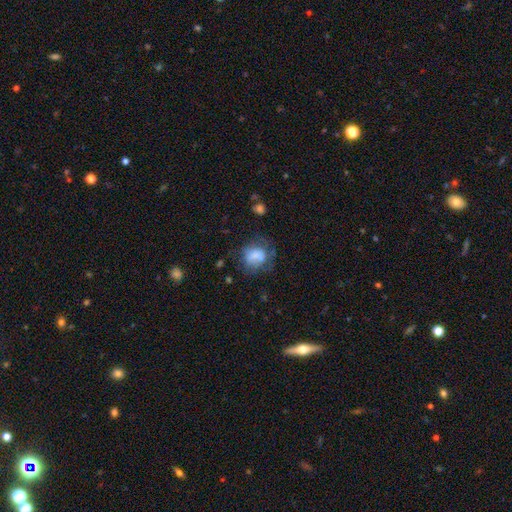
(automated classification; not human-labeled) A smooth galaxy with no disk features (70%) that is round (58%). Merging: none (46%).